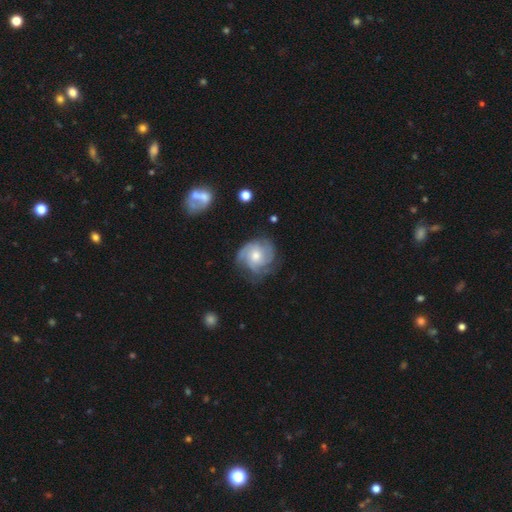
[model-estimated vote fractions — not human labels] A featured or disk galaxy (75%) with no bar (71%), 3 (34%) tight (52%) spiral arms (92%) and a moderate central bulge (66%). Merging: none (66%).